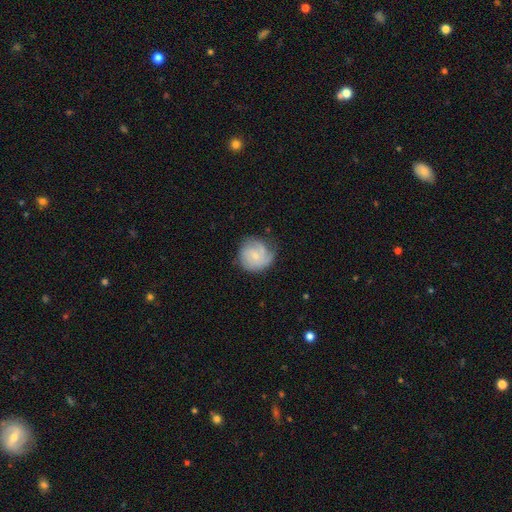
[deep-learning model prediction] smooth_or_featured: featured or disk (p=0.60) [alt: smooth p=0.33]
disk_edge_on: no (p=0.98) [alt: yes p=0.02]
bar: no (p=0.73) [alt: weak p=0.24]
has_spiral_arms: yes (p=0.88) [alt: no p=0.12]
spiral_winding: tight (p=0.55) [alt: medium p=0.32]
spiral_arm_count: can't tell (p=0.32) [alt: 3 p=0.26]
bulge_size: small (p=0.72) [alt: moderate p=0.22]
merging: none (p=0.64) [alt: minor disturbance p=0.24]